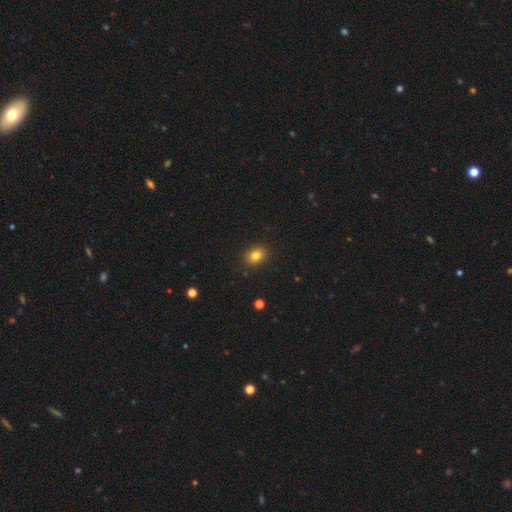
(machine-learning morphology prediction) This appears to be a smooth galaxy with no disk features (82%) that is in between round and cigar-shaped (58%). Merging: none (89%).